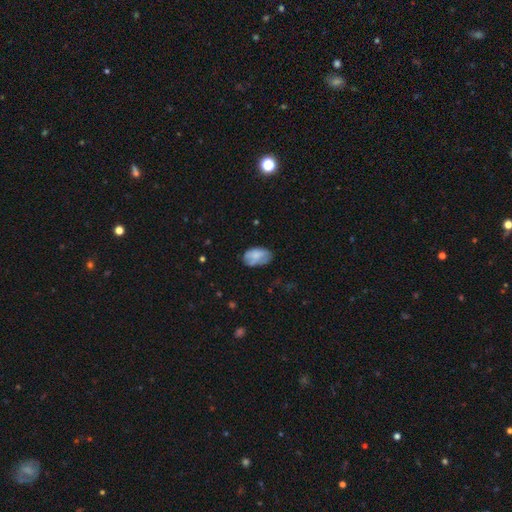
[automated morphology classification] smooth_or_featured: smooth (p=0.70) [alt: featured or disk p=0.22]
how_rounded: in between (p=0.91) [alt: round p=0.08]
merging: none (p=0.57) [alt: minor disturbance p=0.30]